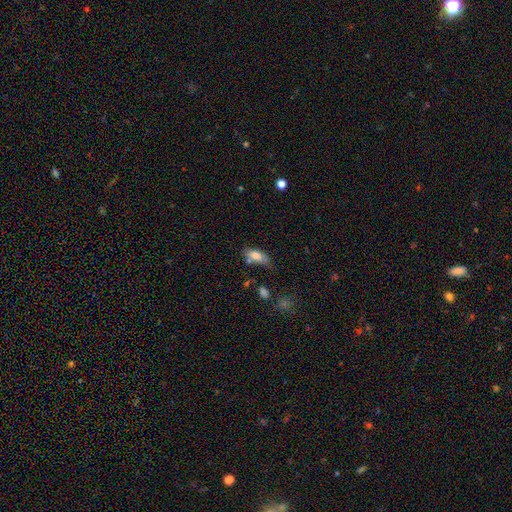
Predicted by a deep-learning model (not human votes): Smooth or featured?
  - smooth: 79% *
  - featured or disk: 13%
  - star or artifact: 8%
How rounded?
  - in between: 82% *
  - cigar-shaped: 15%
  - round: 3%
Merging?
  - none: 51% *
  - minor disturbance: 28%
  - merger: 13%
  - major disturbance: 9%